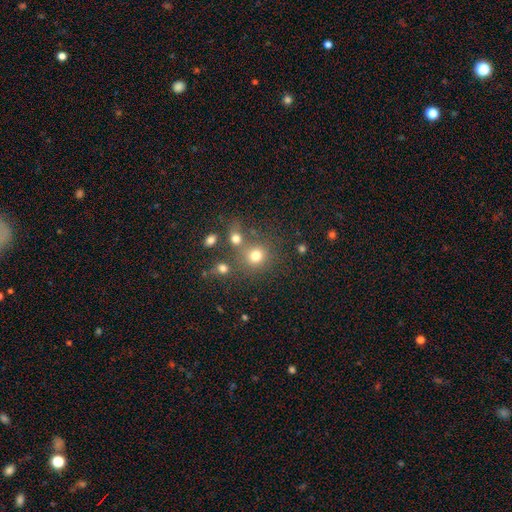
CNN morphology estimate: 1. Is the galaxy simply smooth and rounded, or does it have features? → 74% smooth, 17% star or artifact, 9% featured or disk.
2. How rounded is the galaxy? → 86% round, 13% in between, 1% cigar-shaped.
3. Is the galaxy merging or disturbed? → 63% none, 22% merger, 10% minor disturbance, 5% major disturbance.